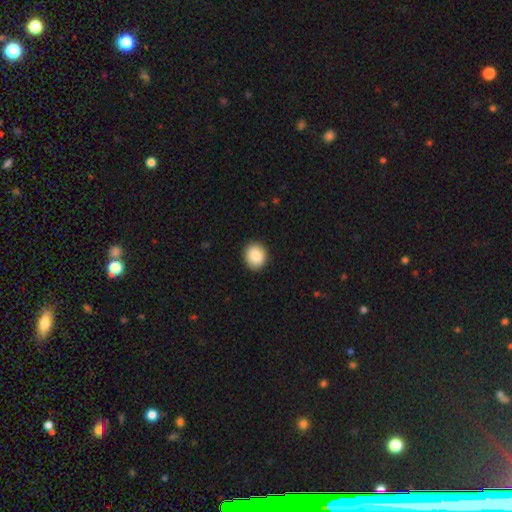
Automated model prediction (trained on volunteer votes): A smooth galaxy with no disk features (88%) that is round (68%).

Vote fractions:
- Smooth or featured? smooth: 88% / star or artifact: 7% / featured or disk: 5%
- How rounded? round: 68% / in between: 31% / cigar-shaped: 1%
- Merging? none: 90% / minor disturbance: 7% / major disturbance: 2% / merger: 1%